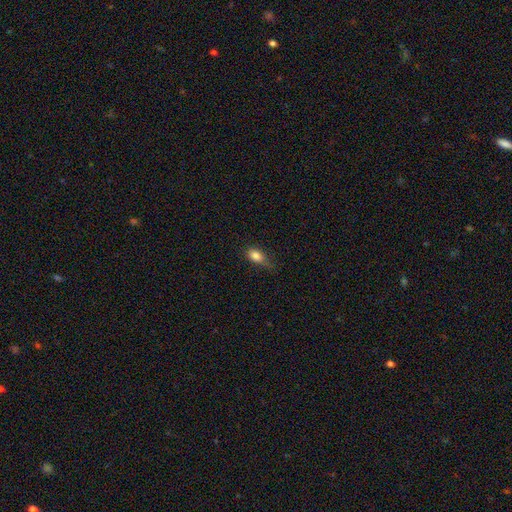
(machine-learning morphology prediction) A smooth galaxy with no disk features (83%) that is in between round and cigar-shaped (81%).

Vote fractions:
- Smooth or featured? smooth: 83% / star or artifact: 9% / featured or disk: 8%
- How rounded? in between: 81% / round: 14% / cigar-shaped: 5%
- Merging? none: 55% / minor disturbance: 32% / major disturbance: 11% / merger: 2%